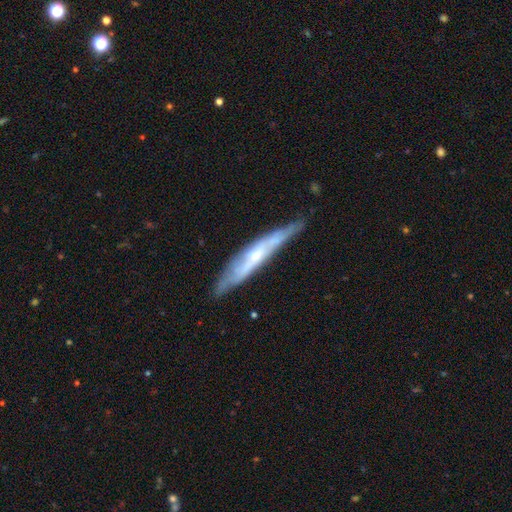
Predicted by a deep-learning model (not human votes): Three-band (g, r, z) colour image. It shows a featured or disk galaxy (62%) viewed edge-on (74%). Merging: none (75%).